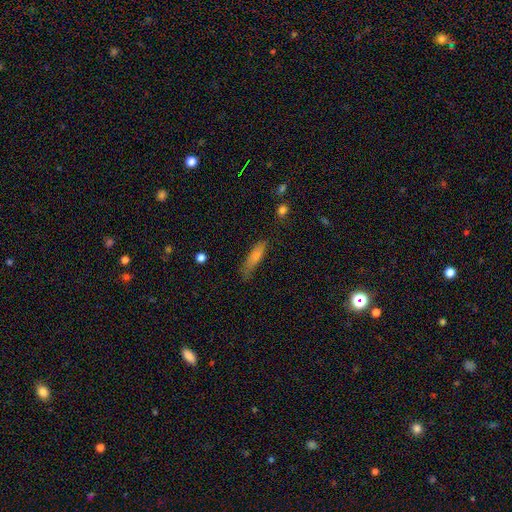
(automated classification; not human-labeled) smooth-or-featured: smooth: 80% | featured or disk: 12% | star or artifact: 8%
  how-rounded: cigar-shaped: 65% | in between: 33% | round: 2%
  merging: none: 60% | minor disturbance: 29% | major disturbance: 9% | merger: 3%